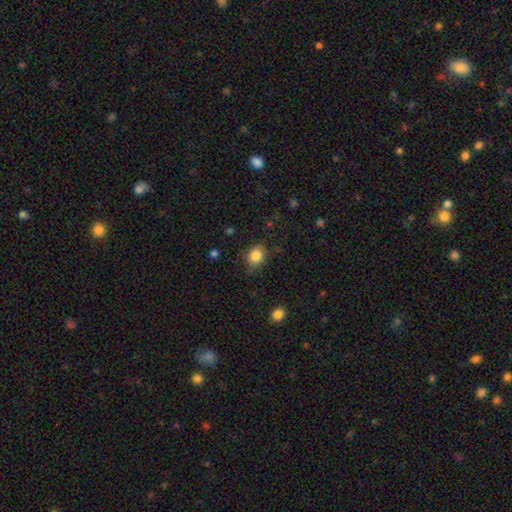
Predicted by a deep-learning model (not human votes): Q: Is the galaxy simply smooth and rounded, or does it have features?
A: smooth — 85%.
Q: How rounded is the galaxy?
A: round — 65%.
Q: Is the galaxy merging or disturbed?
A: none — 78%.